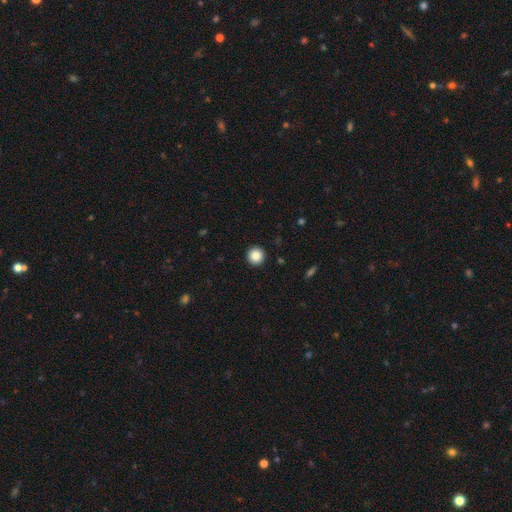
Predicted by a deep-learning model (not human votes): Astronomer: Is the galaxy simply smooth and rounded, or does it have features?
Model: smooth — 87%.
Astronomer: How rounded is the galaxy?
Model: round — 96%.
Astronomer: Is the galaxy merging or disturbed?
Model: none — 93%.